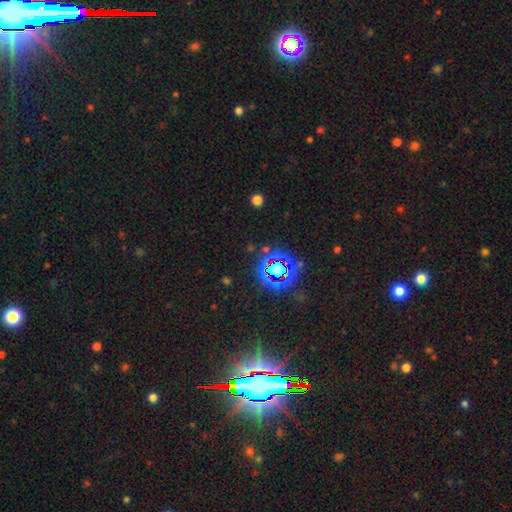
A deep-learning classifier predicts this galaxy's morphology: The model was most divided on "smooth or featured": star or artifact: 83%, smooth: 10%, featured or disk: 8%.